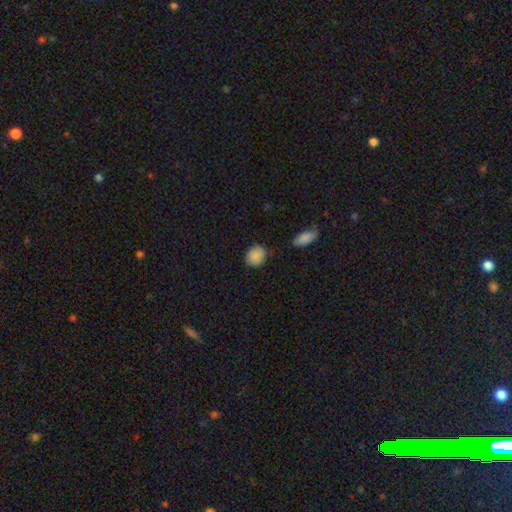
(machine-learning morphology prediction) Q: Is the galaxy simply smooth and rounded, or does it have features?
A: smooth — 88%.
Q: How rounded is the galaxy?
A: round — 67%.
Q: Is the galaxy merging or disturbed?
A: none — 78%.